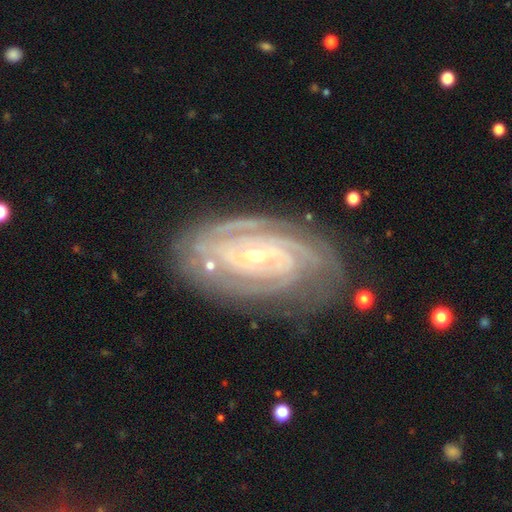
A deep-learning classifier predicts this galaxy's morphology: A featured or disk galaxy (90%) with no bar (57%), 3 (26%) tight (80%) spiral arms (98%) and a small central bulge (66%).

Vote fractions:
- Smooth or featured? featured or disk: 90% / star or artifact: 5% / smooth: 4%
- Edge-on disk? no: 96% / yes: 4%
- Bar? no: 57% / weak: 29% / strong: 14%
- Spiral arms? yes: 98% / no: 2%
- Spiral winding? tight: 80% / medium: 18% / loose: 3%
- Spiral arm count? 3: 26% / 2: 25% / can't tell: 19% / 4: 17% / more than 4: 8% / 1: 6%
- Bulge size? small: 66% / moderate: 31% / large: 1% / none: 1% / dominant: 1%
- Merging? none: 75% / minor disturbance: 17% / major disturbance: 5% / merger: 2%